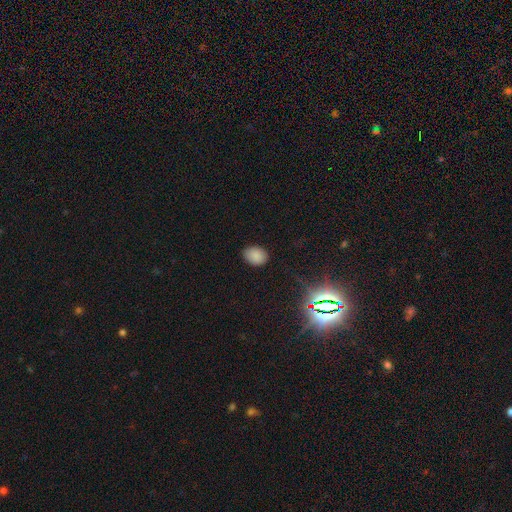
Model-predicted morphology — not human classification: smooth 85%, star or artifact 11%, featured or disk 4%. Down the decision tree: how rounded — in between (72%); merging — none (84%).